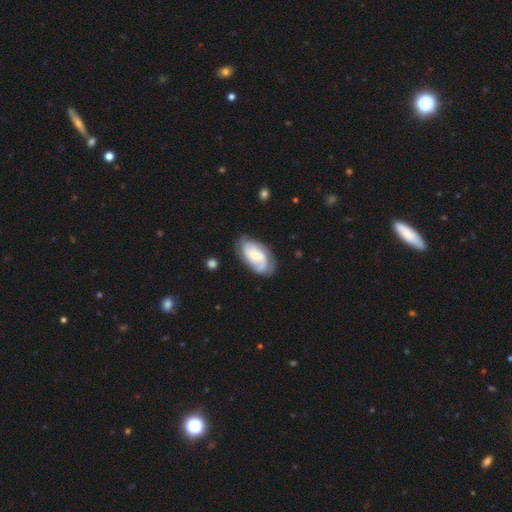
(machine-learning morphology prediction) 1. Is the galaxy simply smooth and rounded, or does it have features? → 77% featured or disk, 18% smooth, 5% star or artifact.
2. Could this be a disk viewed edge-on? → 97% no, 3% yes.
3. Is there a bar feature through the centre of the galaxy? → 58% no, 34% weak, 8% strong.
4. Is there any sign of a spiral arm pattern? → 95% yes, 5% no.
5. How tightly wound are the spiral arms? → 50% tight, 38% medium, 12% loose.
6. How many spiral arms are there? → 46% 2, 22% can't tell, 20% 3, 4% 1, 4% 4, 3% more than 4.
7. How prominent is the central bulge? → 56% small, 30% moderate, 7% none, 6% large, 2% dominant.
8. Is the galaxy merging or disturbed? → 71% none, 20% minor disturbance, 7% major disturbance, 2% merger.